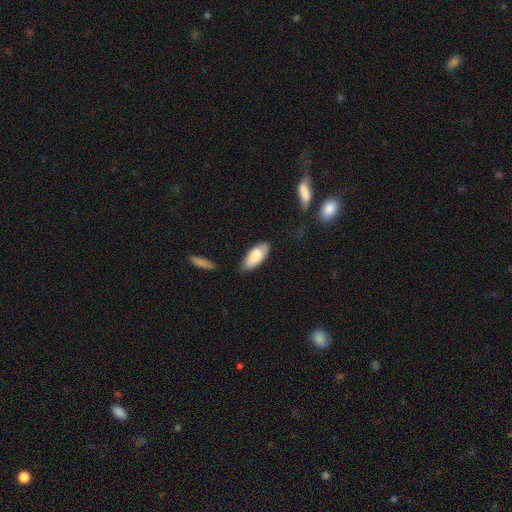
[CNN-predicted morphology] Smooth or featured? smooth (79%)
How rounded? in between (86%)
Merging? none (72%)